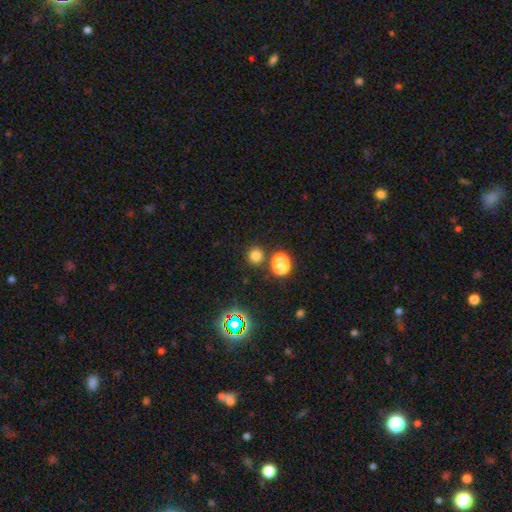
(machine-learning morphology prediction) Smooth or featured?
  - smooth: 73% *
  - star or artifact: 21%
  - featured or disk: 6%
How rounded?
  - round: 90% *
  - in between: 9%
  - cigar-shaped: 1%
Merging?
  - none: 77% *
  - merger: 14%
  - minor disturbance: 6%
  - major disturbance: 3%